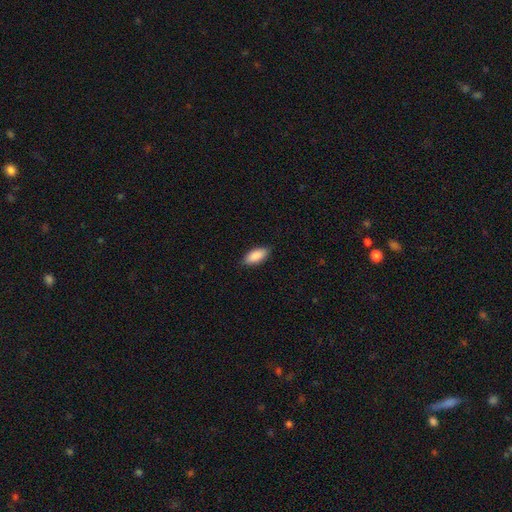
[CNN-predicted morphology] Smooth or featured?
  - smooth: 89% *
  - star or artifact: 6%
  - featured or disk: 6%
How rounded?
  - in between: 88% *
  - cigar-shaped: 10%
  - round: 2%
Merging?
  - none: 86% *
  - minor disturbance: 11%
  - major disturbance: 2%
  - merger: 1%